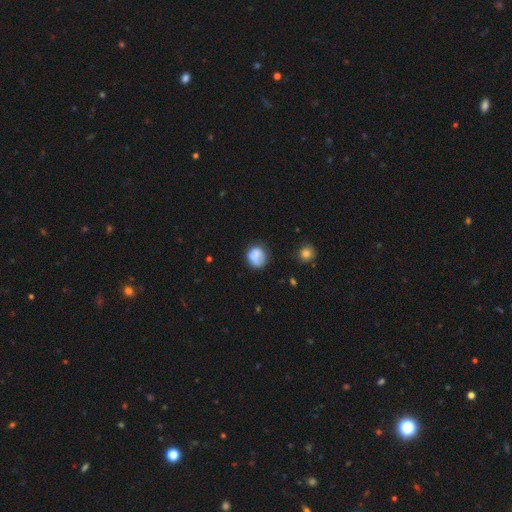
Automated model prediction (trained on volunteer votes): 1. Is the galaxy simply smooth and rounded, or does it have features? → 74% smooth, 16% featured or disk, 9% star or artifact.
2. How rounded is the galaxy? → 79% round, 20% in between, 1% cigar-shaped.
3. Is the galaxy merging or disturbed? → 62% none, 24% minor disturbance, 9% major disturbance, 5% merger.